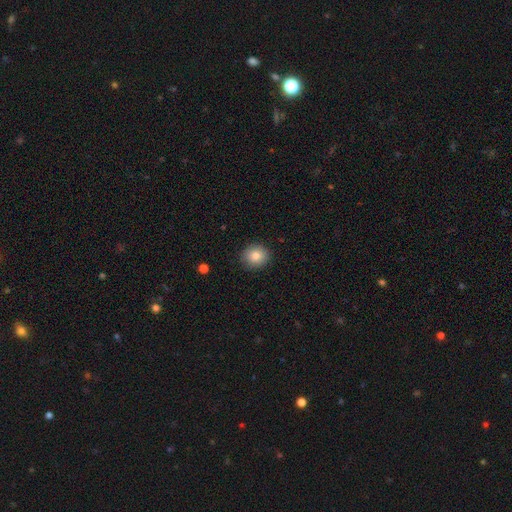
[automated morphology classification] Q: Smooth or featured?
A: smooth (83%); runner-up: star or artifact (10%)
Q: How rounded?
A: round (84%); runner-up: in between (15%)
Q: Merging?
A: none (90%); runner-up: minor disturbance (7%)